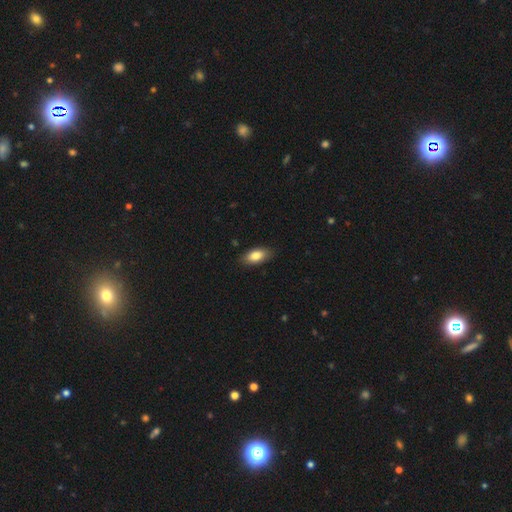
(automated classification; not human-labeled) Smooth or featured? smooth (83%)
How rounded? in between (88%)
Merging? none (86%)